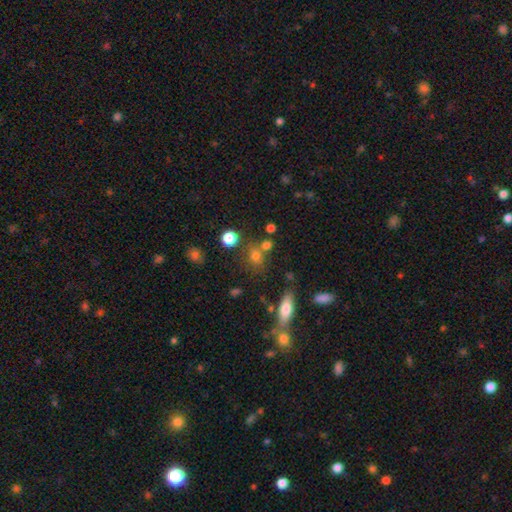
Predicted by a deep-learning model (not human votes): A smooth galaxy with no disk features (71%) that is round (66%). Merging: none (61%).